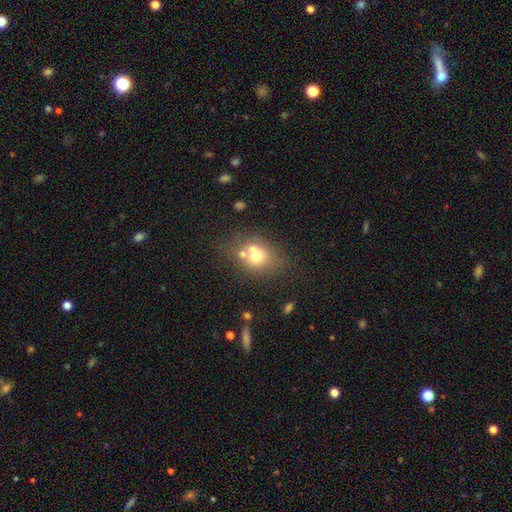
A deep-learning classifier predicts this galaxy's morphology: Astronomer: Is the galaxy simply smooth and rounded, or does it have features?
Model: smooth — 63%.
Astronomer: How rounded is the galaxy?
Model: round — 56% (runner-up: in between, 42%).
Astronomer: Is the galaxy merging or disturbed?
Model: none — 45% (runner-up: merger, 37%).